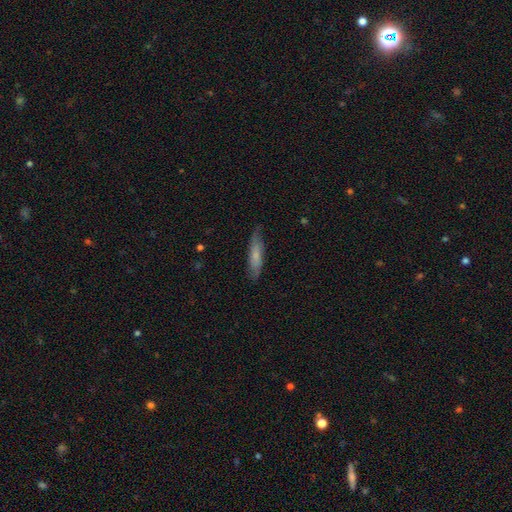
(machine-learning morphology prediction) Smooth or featured? Predicted: smooth (p=0.66). How rounded? Predicted: cigar-shaped (p=0.71). Merging? Predicted: none (p=0.76).